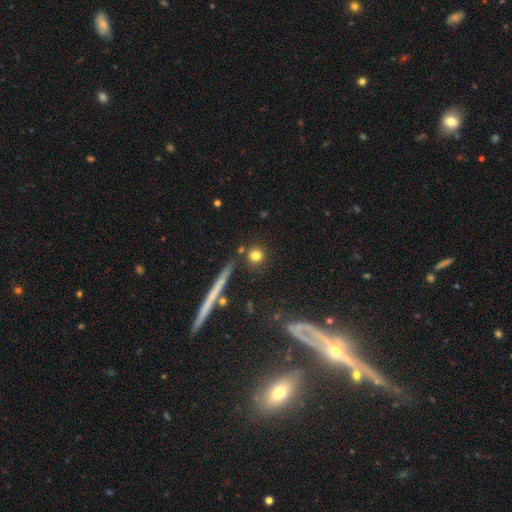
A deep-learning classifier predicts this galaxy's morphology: smooth-or-featured: smooth: 78% | star or artifact: 11% | featured or disk: 11%
  how-rounded: round: 89% | in between: 7% | cigar-shaped: 4%
  merging: none: 83% | minor disturbance: 8% | merger: 6% | major disturbance: 3%